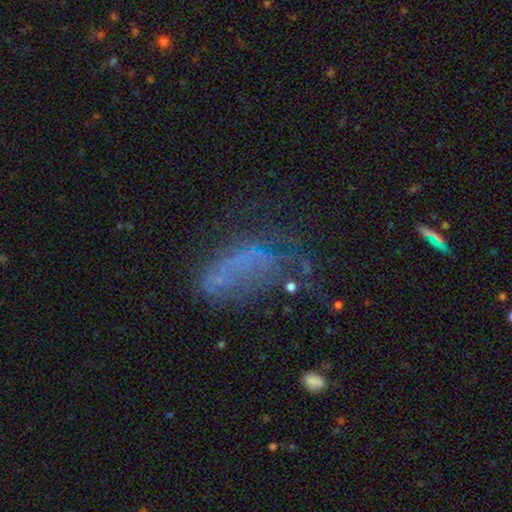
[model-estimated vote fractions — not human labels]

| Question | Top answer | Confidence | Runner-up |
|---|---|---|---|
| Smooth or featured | featured or disk | 44% | smooth (31%) |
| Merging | major disturbance | 40% | none (33%) |